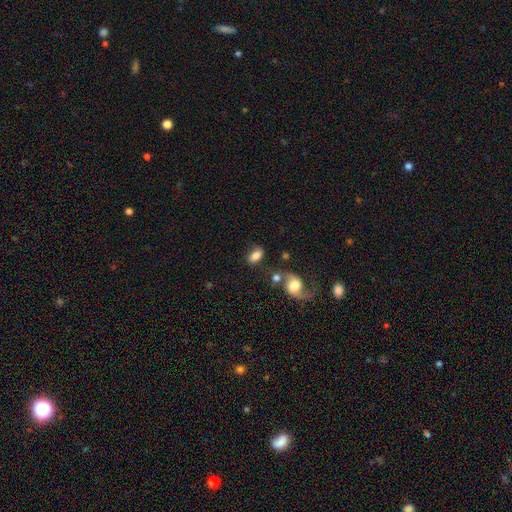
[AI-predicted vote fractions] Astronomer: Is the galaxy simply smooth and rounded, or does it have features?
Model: smooth — 77%.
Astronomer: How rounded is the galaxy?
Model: in between — 88%.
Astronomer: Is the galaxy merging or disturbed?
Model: none — 69%.